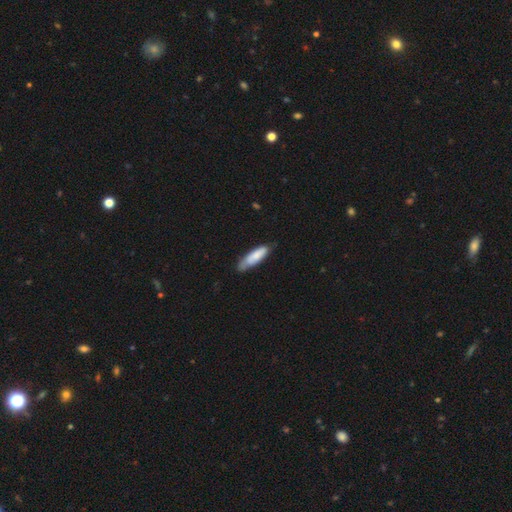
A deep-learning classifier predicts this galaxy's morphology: smooth-or-featured: smooth: 77% | featured or disk: 17% | star or artifact: 6%
  how-rounded: cigar-shaped: 57% | in between: 41% | round: 1%
  merging: none: 63% | minor disturbance: 29% | major disturbance: 6% | merger: 2%